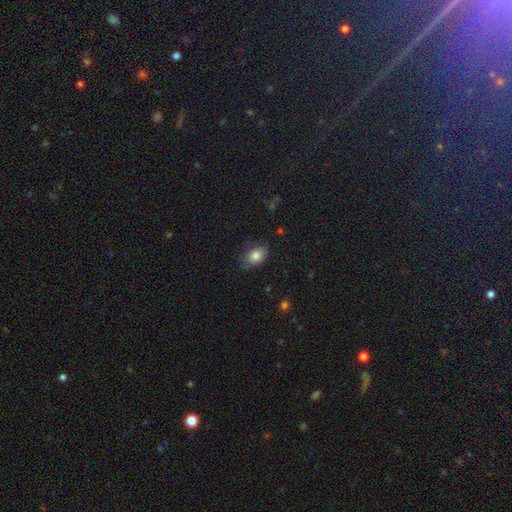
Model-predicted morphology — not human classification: A smooth galaxy with no disk features (83%) that is in between round and cigar-shaped (82%).

Vote fractions:
- Smooth or featured? smooth: 83% / featured or disk: 9% / star or artifact: 8%
- How rounded? in between: 82% / round: 16% / cigar-shaped: 2%
- Merging? none: 72% / minor disturbance: 22% / major disturbance: 5% / merger: 1%